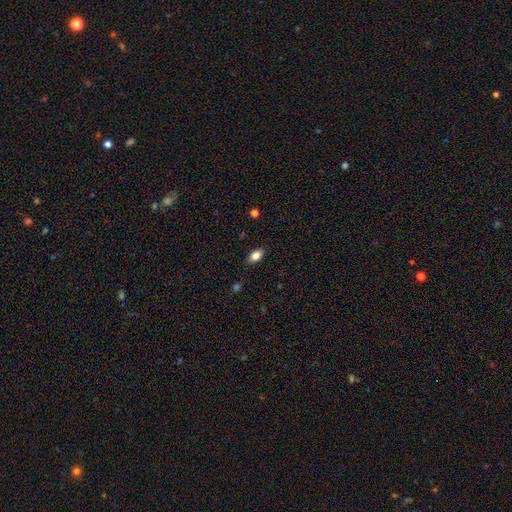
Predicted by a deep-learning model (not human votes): smooth-or-featured: smooth: 83% | star or artifact: 9% | featured or disk: 8%
  how-rounded: in between: 90% | round: 7% | cigar-shaped: 4%
  merging: none: 87% | minor disturbance: 10% | major disturbance: 2% | merger: 1%